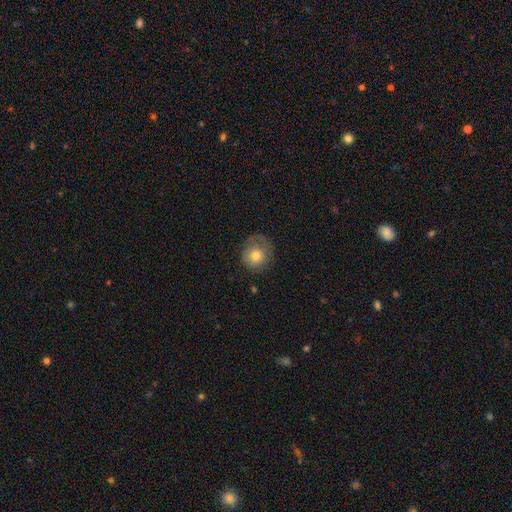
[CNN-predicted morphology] Smooth or featured? smooth (75%)
How rounded? round (87%)
Merging? none (60%)